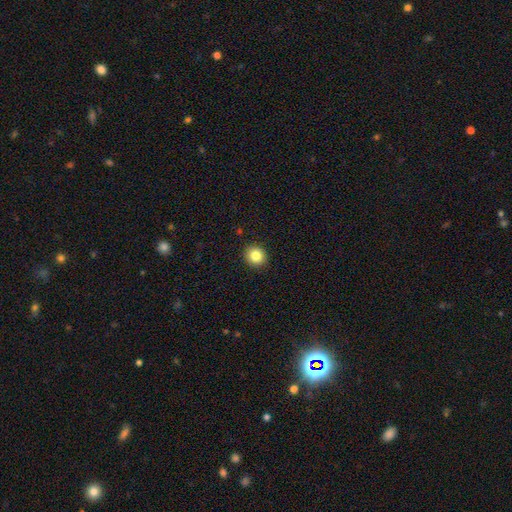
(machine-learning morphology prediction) A smooth galaxy with no disk features (84%) that is round (85%).

Vote fractions:
- Smooth or featured? smooth: 84% / star or artifact: 10% / featured or disk: 6%
- How rounded? round: 85% / in between: 14% / cigar-shaped: 1%
- Merging? none: 92% / minor disturbance: 6% / major disturbance: 2% / merger: 1%